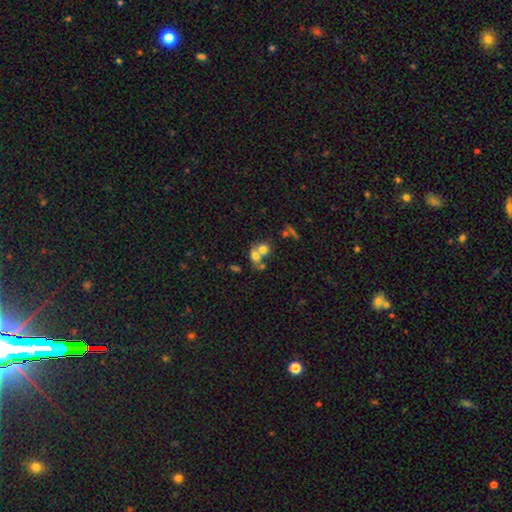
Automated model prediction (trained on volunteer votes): The model was most divided on "how rounded" (2-way tie): in between: 49%, round: 49%, cigar-shaped: 2%. More confident: smooth or featured — smooth (66%); merging — merger (63%).